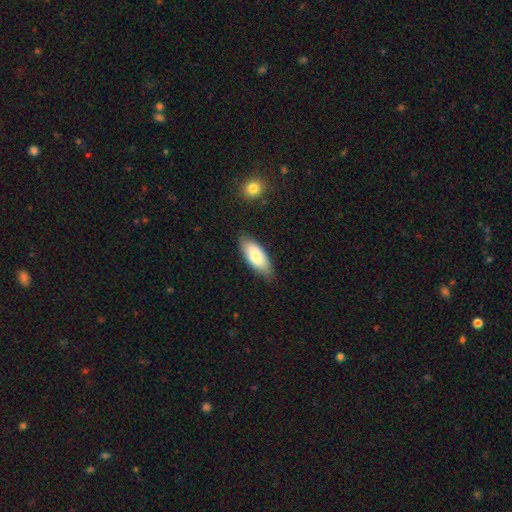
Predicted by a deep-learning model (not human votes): smooth-or-featured: smooth: 73% | featured or disk: 21% | star or artifact: 6%
  how-rounded: in between: 85% | cigar-shaped: 13% | round: 2%
  merging: none: 80% | minor disturbance: 16% | major disturbance: 3% | merger: 2%